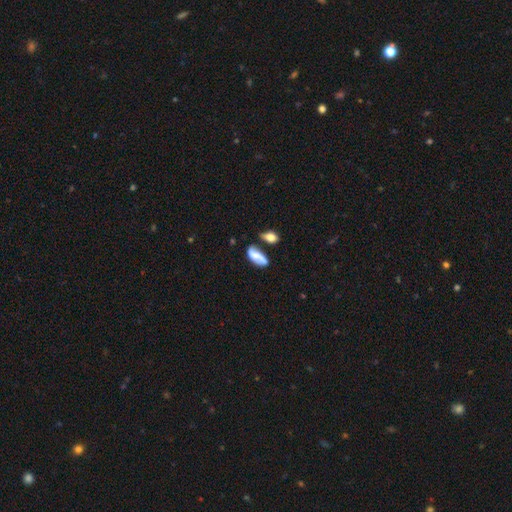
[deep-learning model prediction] Smooth or featured?
  - featured or disk: 49% *
  - smooth: 42%
  - star or artifact: 8%
Merging?
  - none: 43% *
  - merger: 26%
  - minor disturbance: 20%
  - major disturbance: 11%